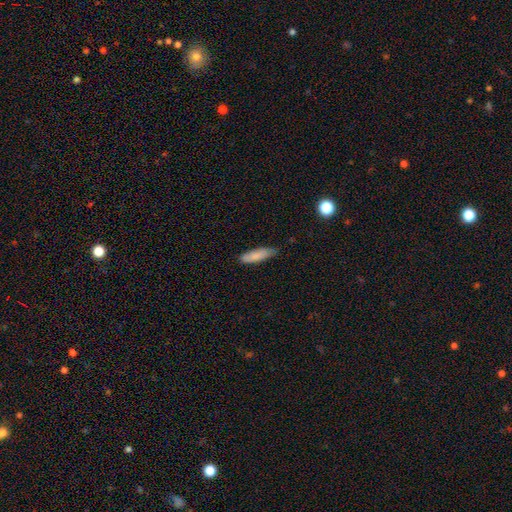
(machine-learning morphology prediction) smooth_or_featured: smooth (p=0.84) [alt: featured or disk p=0.10]
how_rounded: cigar-shaped (p=0.61) [alt: in between p=0.38]
merging: none (p=0.73) [alt: minor disturbance p=0.23]